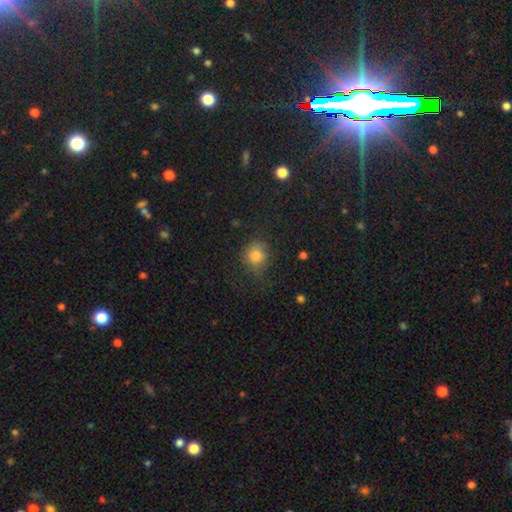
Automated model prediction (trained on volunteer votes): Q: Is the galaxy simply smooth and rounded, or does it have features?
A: smooth — 81%.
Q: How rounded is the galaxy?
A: round — 81%.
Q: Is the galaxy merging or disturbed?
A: none — 67%.